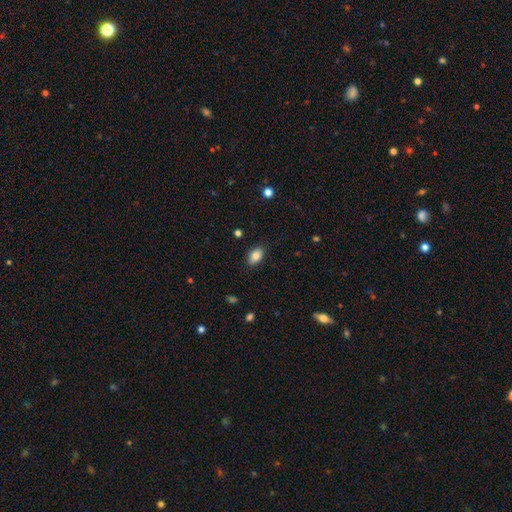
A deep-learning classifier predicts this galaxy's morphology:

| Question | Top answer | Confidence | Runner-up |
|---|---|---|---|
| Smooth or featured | smooth | 83% | featured or disk (9%) |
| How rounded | in between | 90% | round (8%) |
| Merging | none | 86% | minor disturbance (11%) |